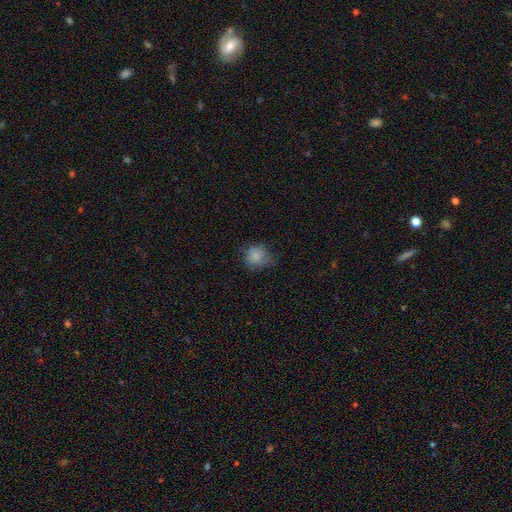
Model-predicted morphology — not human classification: type=smooth (80%); roundness=round (78%); merging=none (62%).